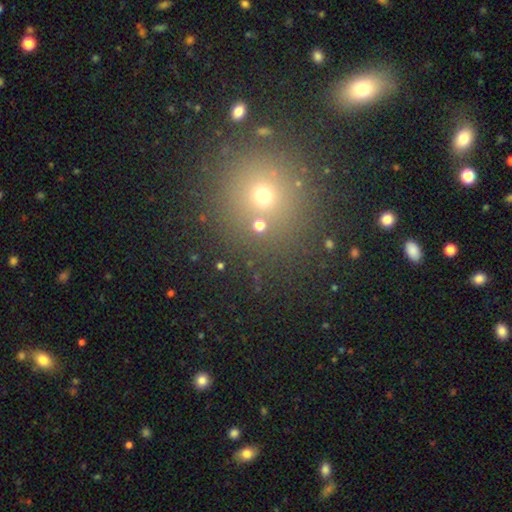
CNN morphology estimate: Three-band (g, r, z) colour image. It shows a smooth galaxy with no disk features (49%). Merging: none (78%).